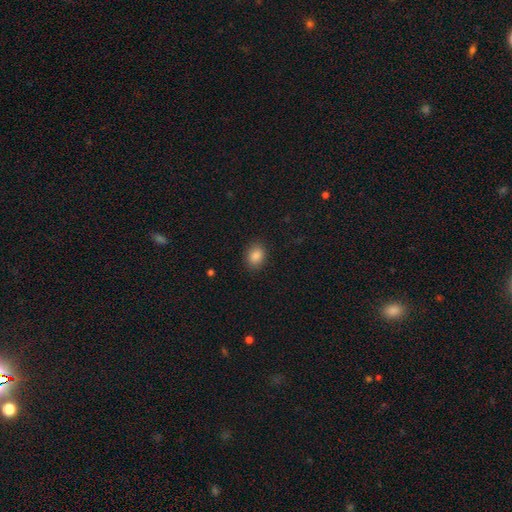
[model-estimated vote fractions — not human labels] Smooth or featured? Predicted: smooth (p=0.87). How rounded? Predicted: in between (p=0.63). Merging? Predicted: none (p=0.87).